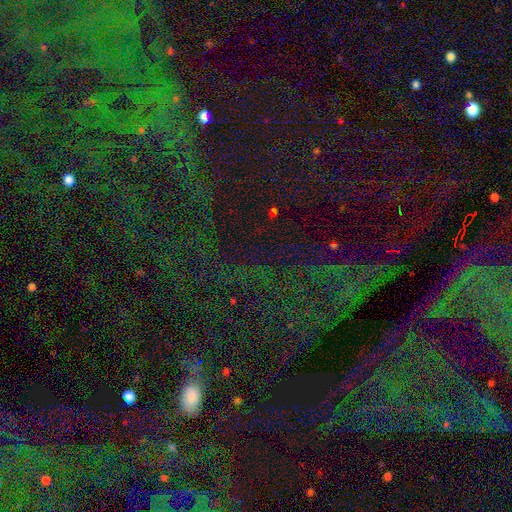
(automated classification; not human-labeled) A star or artifact, not a galaxy (75%).

Vote fractions:
- Smooth or featured? star or artifact: 75% / smooth: 16% / featured or disk: 9%